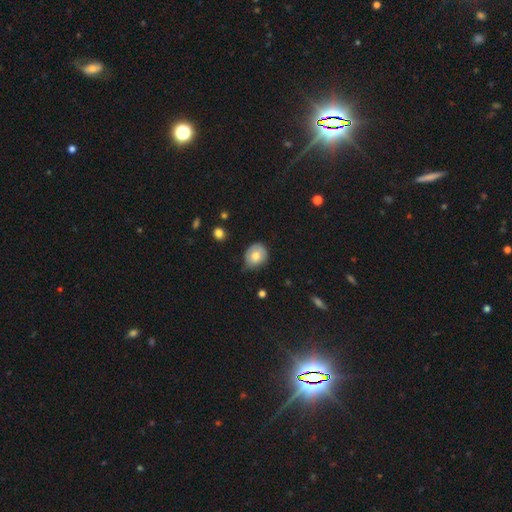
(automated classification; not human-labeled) smooth_or_featured: smooth (p=0.74) [alt: featured or disk p=0.18]
how_rounded: round (p=0.65) [alt: in between p=0.34]
merging: none (p=0.59) [alt: minor disturbance p=0.34]